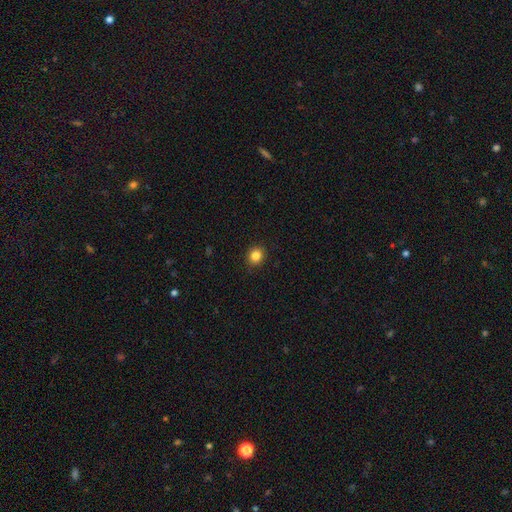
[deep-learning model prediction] Q: Smooth or featured?
A: smooth (85%); runner-up: star or artifact (11%)
Q: How rounded?
A: round (83%); runner-up: in between (17%)
Q: Merging?
A: none (91%); runner-up: minor disturbance (6%)